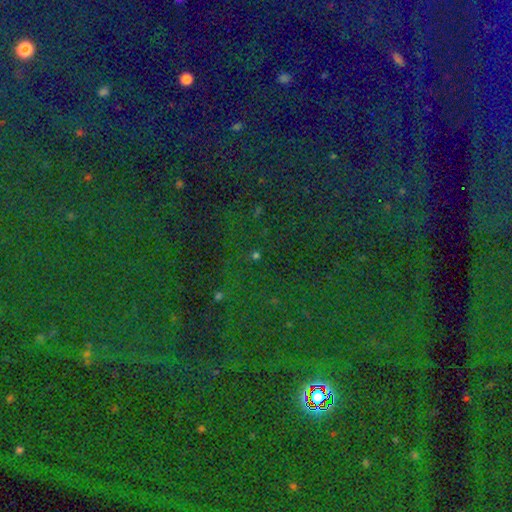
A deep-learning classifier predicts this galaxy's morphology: Smooth or featured? star or artifact (76%)